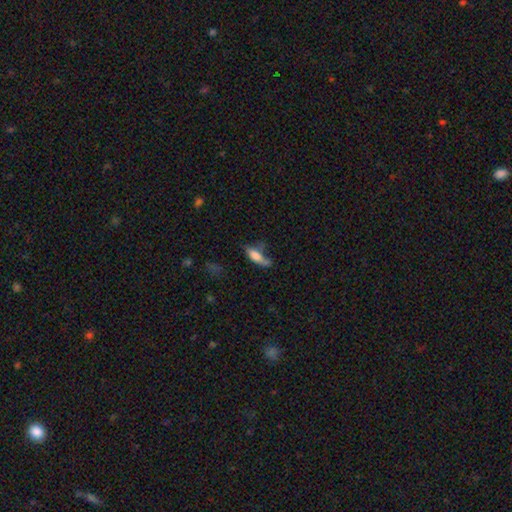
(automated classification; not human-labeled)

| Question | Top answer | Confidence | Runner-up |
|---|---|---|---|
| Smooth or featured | smooth | 71% | featured or disk (21%) |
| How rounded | in between | 55% | cigar-shaped (42%) |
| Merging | none | 41% | minor disturbance (29%) |